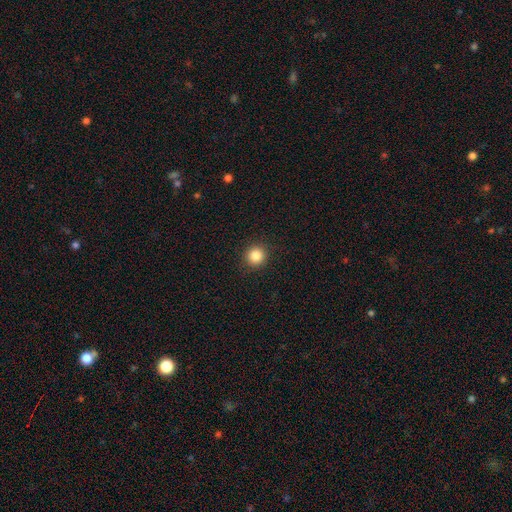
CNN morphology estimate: The model was most divided on "smooth or featured": smooth: 86%, star or artifact: 11%, featured or disk: 4%. More confident: how rounded — round (93%); merging — none (91%).